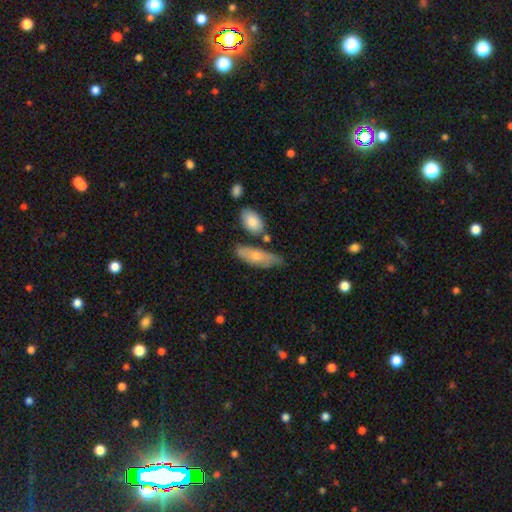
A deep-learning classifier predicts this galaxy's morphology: This appears to be a smooth galaxy with no disk features (66%) that is in between round and cigar-shaped (62%). Merging: none (59%).